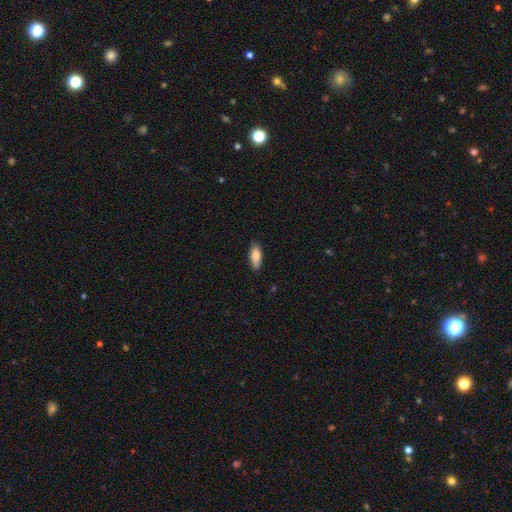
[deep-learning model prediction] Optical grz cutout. It shows a smooth galaxy with no disk features (85%) that is in between round and cigar-shaped (78%). Merging: none (83%).